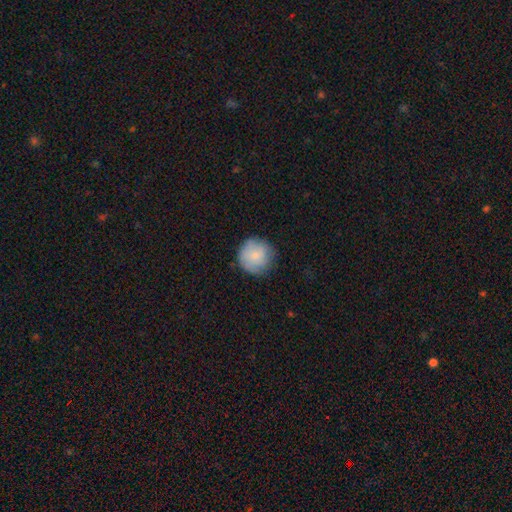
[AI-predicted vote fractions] This is clearly a smooth galaxy (80%). How rounded: clearly round (95%). Merging: likely none (78%).